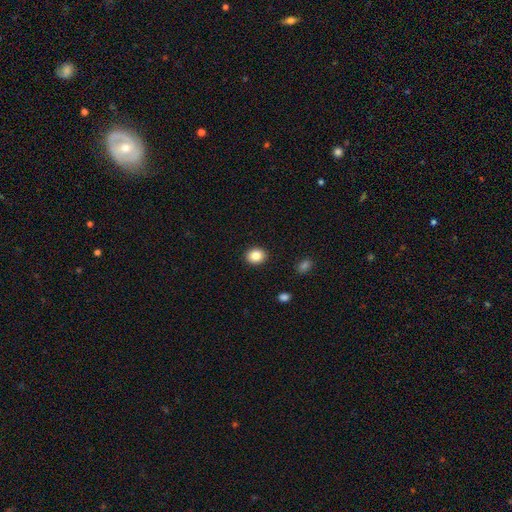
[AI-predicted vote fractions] smooth-or-featured: smooth: 85% | star or artifact: 9% | featured or disk: 6%
  how-rounded: round: 59% | in between: 41% | cigar-shaped: 1%
  merging: none: 91% | minor disturbance: 6% | major disturbance: 2% | merger: 1%